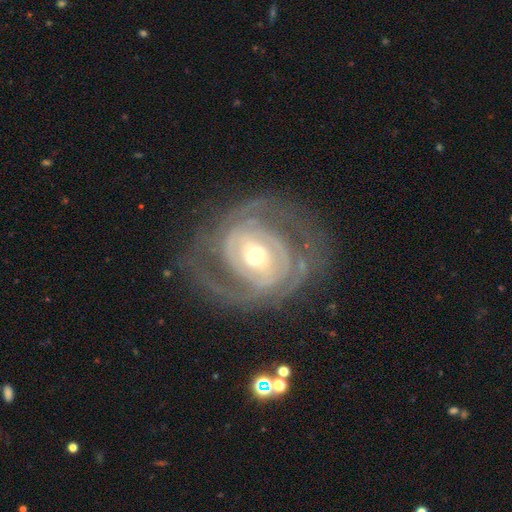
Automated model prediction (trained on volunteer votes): Smooth or featured?
  - featured or disk: 88% *
  - smooth: 7%
  - star or artifact: 5%
Edge-on disk?
  - no: 97% *
  - yes: 3%
Bar?
  - weak: 39% *
  - no: 37%
  - strong: 24%
Spiral arms?
  - yes: 92% *
  - no: 8%
Spiral winding?
  - tight: 60% *
  - medium: 32%
  - loose: 9%
Spiral arm count?
  - 2: 49% *
  - can't tell: 21%
  - 3: 15%
  - 4: 5%
  - 1: 5%
  - more than 4: 4%
Bulge size?
  - moderate: 66% *
  - small: 21%
  - large: 10%
  - dominant: 1%
  - none: 1%
Merging?
  - none: 72% *
  - minor disturbance: 15%
  - major disturbance: 11%
  - merger: 2%